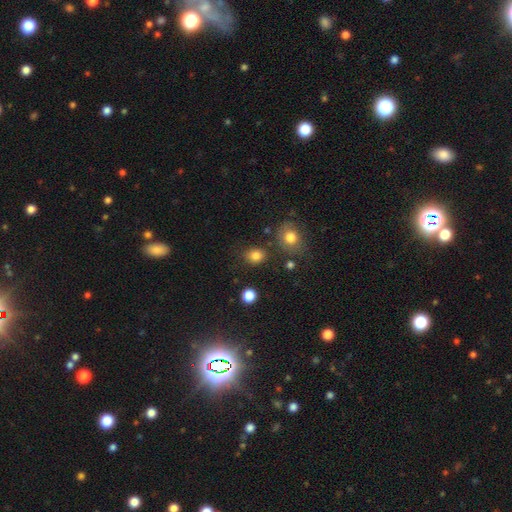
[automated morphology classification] This appears to be a smooth galaxy with no disk features (83%) that is round (67%). Merging: none (79%).